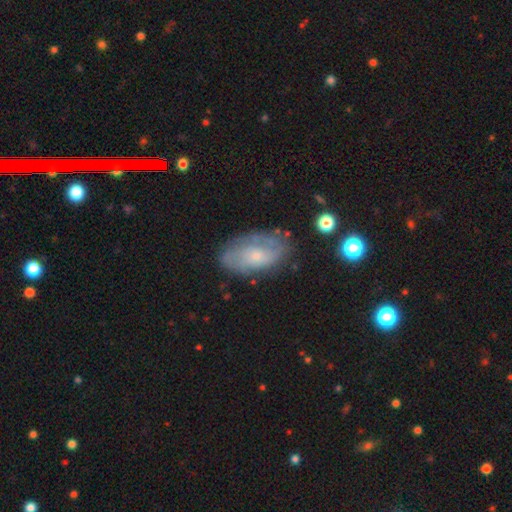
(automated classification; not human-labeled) Smooth or featured? Predicted: featured or disk (p=0.56). Edge-on disk? Predicted: no (p=0.93). Bar? Predicted: no (p=0.74). Spiral arms? Predicted: yes (p=0.73). Bulge size? Predicted: small (p=0.61). Merging? Predicted: none (p=0.70).